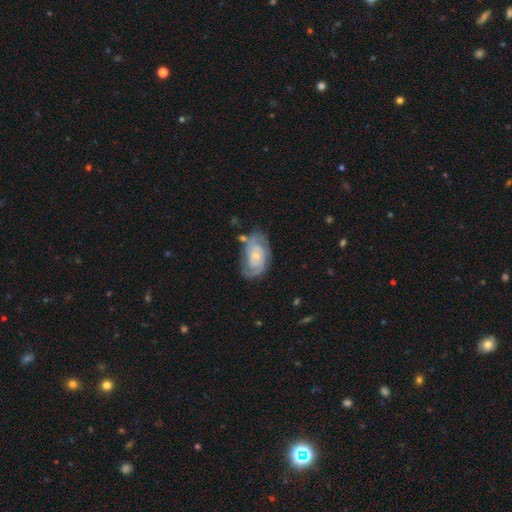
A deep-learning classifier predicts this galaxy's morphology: Smooth or featured?
  - featured or disk: 75% *
  - smooth: 18%
  - star or artifact: 6%
Edge-on disk?
  - no: 96% *
  - yes: 4%
Bar?
  - no: 73% *
  - weak: 24%
  - strong: 4%
Spiral arms?
  - yes: 89% *
  - no: 11%
Spiral winding?
  - tight: 53% *
  - medium: 35%
  - loose: 12%
Spiral arm count?
  - 2: 45% *
  - can't tell: 31%
  - 3: 12%
  - 1: 6%
  - 4: 3%
  - more than 4: 3%
Bulge size?
  - small: 66% *
  - moderate: 27%
  - none: 4%
  - large: 2%
  - dominant: 1%
Merging?
  - none: 58% *
  - minor disturbance: 24%
  - major disturbance: 12%
  - merger: 5%